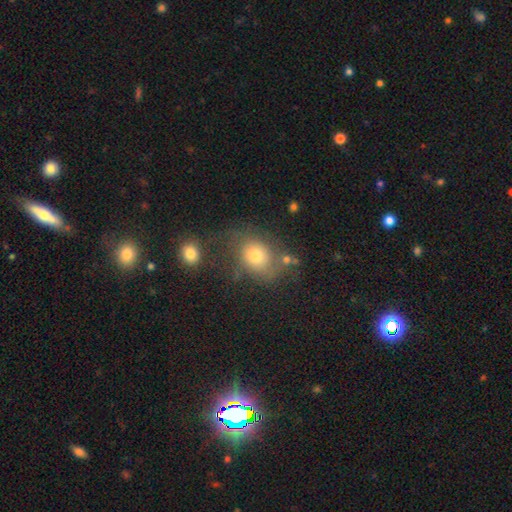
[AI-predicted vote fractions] Morphology: type=smooth (70%); roundness=round (50%); merging=none (55%).